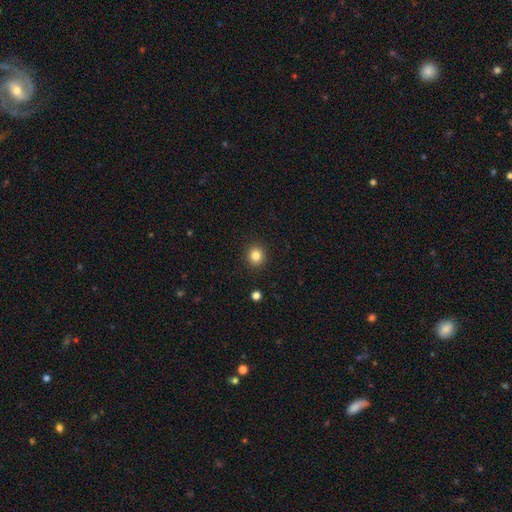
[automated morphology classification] Smooth or featured?
  - smooth: 83% *
  - star or artifact: 11%
  - featured or disk: 5%
How rounded?
  - round: 88% *
  - in between: 11%
  - cigar-shaped: 1%
Merging?
  - none: 92% *
  - minor disturbance: 5%
  - major disturbance: 2%
  - merger: 1%